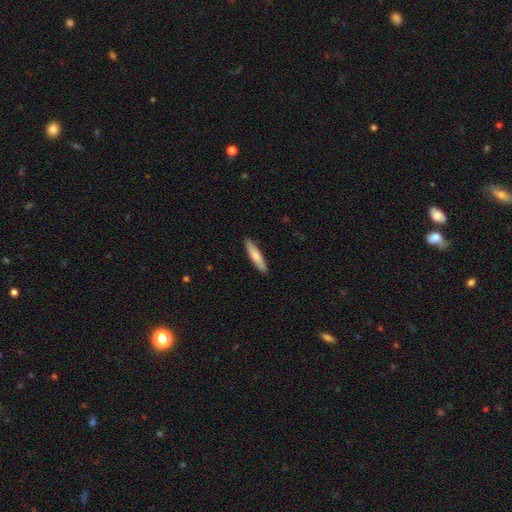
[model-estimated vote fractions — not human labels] smooth 75%, featured or disk 20%, star or artifact 5%. Down the decision tree: how rounded — cigar-shaped (86%); merging — none (90%).